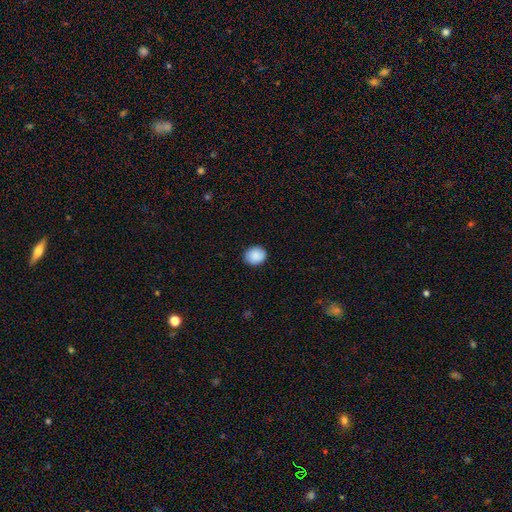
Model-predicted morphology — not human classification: Smooth or featured? Predicted: smooth (p=0.89). How rounded? Predicted: round (p=0.73). Merging? Predicted: none (p=0.89).